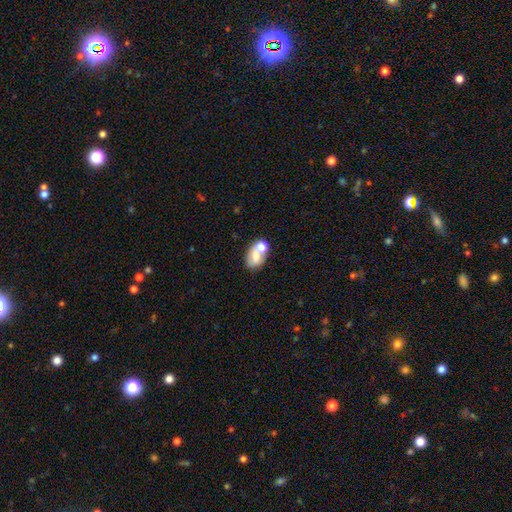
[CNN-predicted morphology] Smooth or featured?
  - smooth: 62% *
  - featured or disk: 27%
  - star or artifact: 10%
How rounded?
  - in between: 76% *
  - round: 23%
  - cigar-shaped: 1%
Merging?
  - merger: 47% *
  - none: 34%
  - minor disturbance: 12%
  - major disturbance: 6%